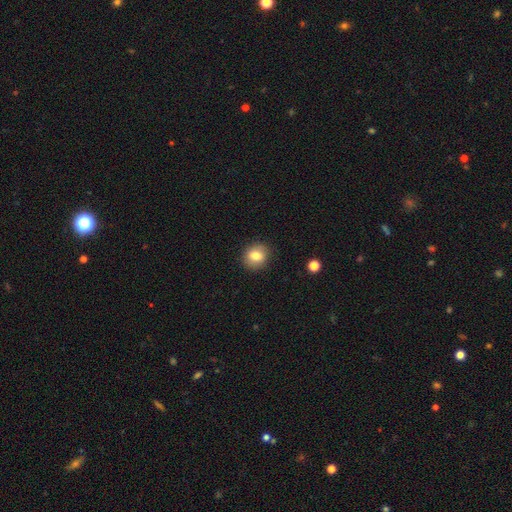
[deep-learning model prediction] A smooth galaxy with no disk features (80%) that is round (78%). Merging: none (90%).